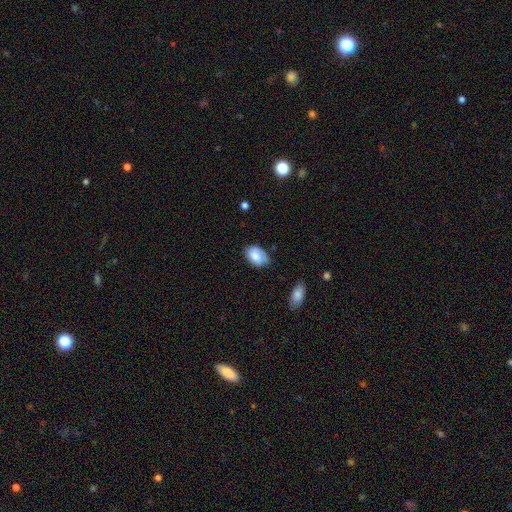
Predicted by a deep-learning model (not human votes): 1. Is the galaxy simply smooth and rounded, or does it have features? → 78% smooth, 15% featured or disk, 7% star or artifact.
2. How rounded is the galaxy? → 88% in between, 11% round, 1% cigar-shaped.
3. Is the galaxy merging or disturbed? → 61% none, 31% minor disturbance, 6% major disturbance, 3% merger.